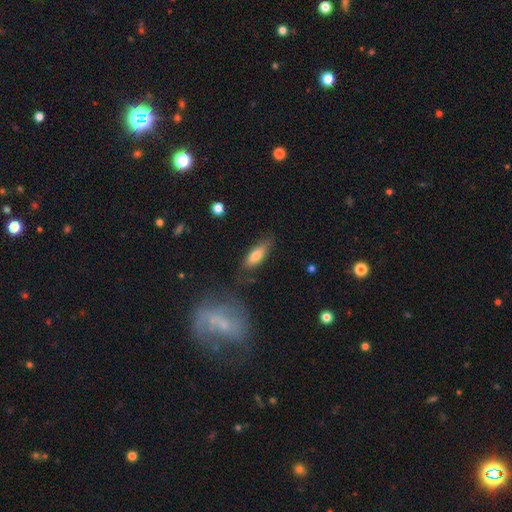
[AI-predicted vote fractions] Smooth or featured? Predicted: smooth (p=0.75). How rounded? Predicted: in between (p=0.64). Merging? Predicted: none (p=0.73).